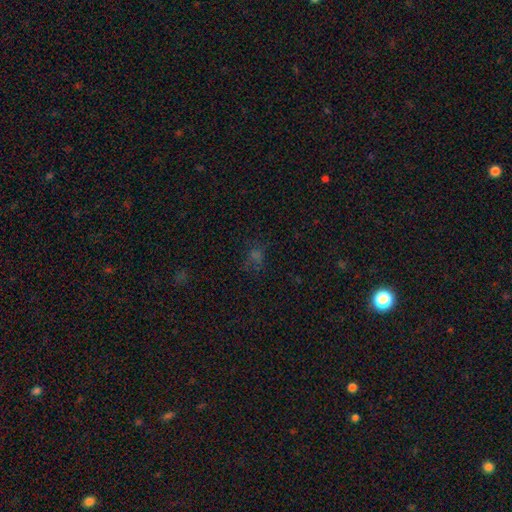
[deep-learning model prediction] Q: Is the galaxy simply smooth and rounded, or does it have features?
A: star or artifact — 44%.